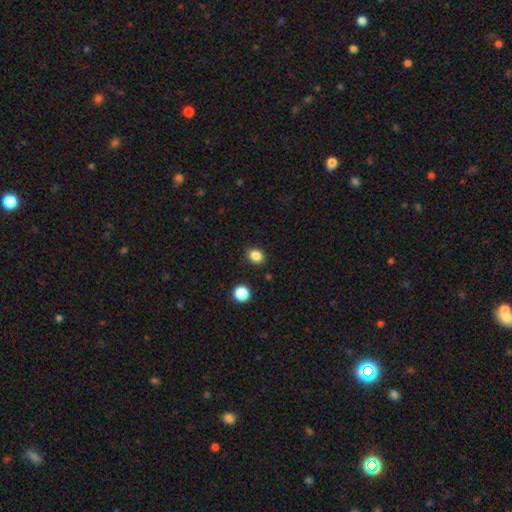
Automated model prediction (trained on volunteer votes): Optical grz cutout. It shows a smooth galaxy with no disk features (85%) that is round (58%). Merging: none (87%).